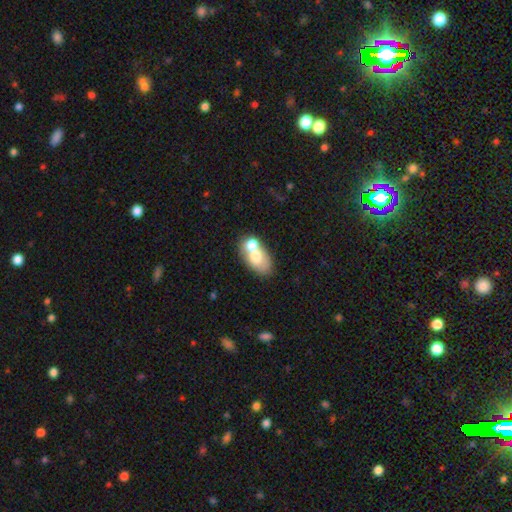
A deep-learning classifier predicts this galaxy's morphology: A smooth galaxy with no disk features (65%) that is in between round and cigar-shaped (86%). Merging: merger (54%).